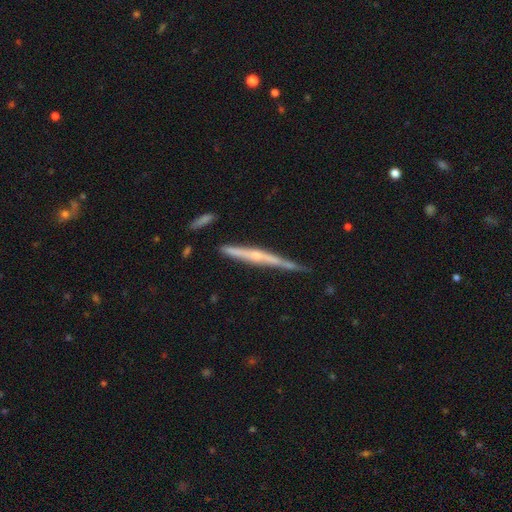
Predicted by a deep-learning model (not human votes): Smooth or featured? featured or disk (72%)
Edge-on disk? yes (97%)
Edge-on bulge? rounded (56%)
Merging? none (71%)